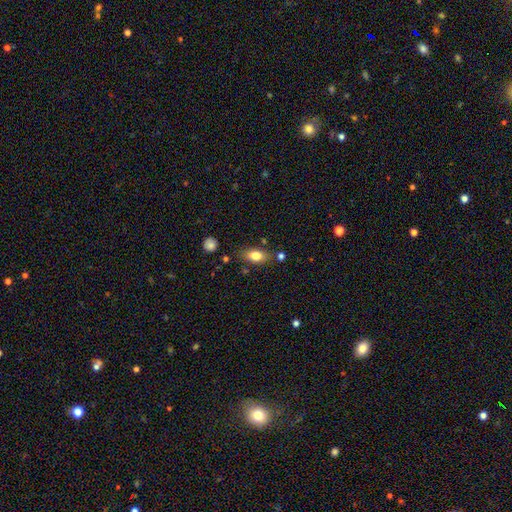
A smooth galaxy with no disk features (86%) that is in between round and cigar-shaped (84%). Merging: none (86%).